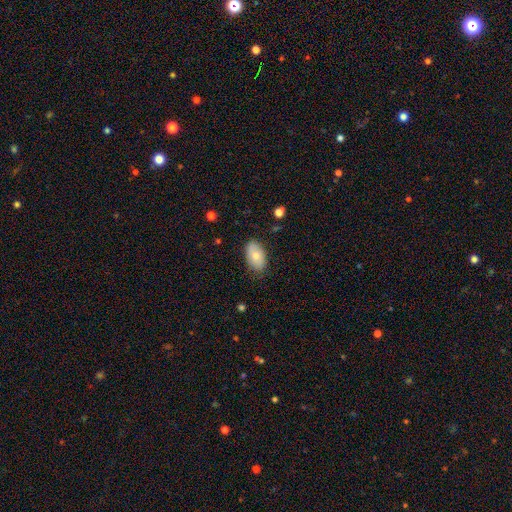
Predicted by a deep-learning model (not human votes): A smooth galaxy with no disk features (70%) that is in between round and cigar-shaped (93%). Merging: none (80%).